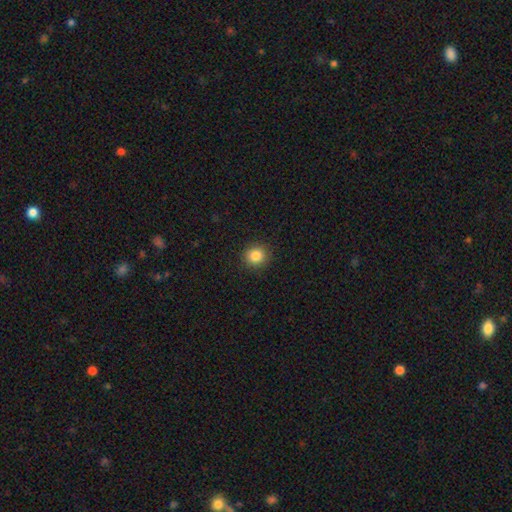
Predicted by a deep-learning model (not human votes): Smooth or featured?
  - smooth: 85% *
  - star or artifact: 11%
  - featured or disk: 5%
How rounded?
  - round: 88% *
  - in between: 11%
  - cigar-shaped: 1%
Merging?
  - none: 90% *
  - minor disturbance: 7%
  - major disturbance: 2%
  - merger: 1%